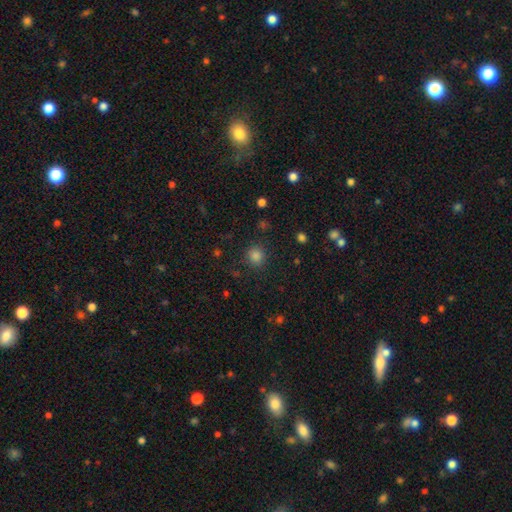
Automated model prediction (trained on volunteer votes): Overall: smooth (81%). How rounded: round (86%). Merging: none (88%).